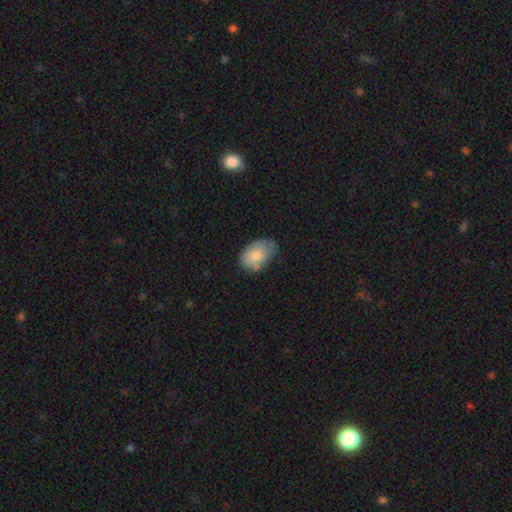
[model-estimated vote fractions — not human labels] A smooth galaxy with no disk features (76%) that is in between round and cigar-shaped (88%).

Vote fractions:
- Smooth or featured? smooth: 76% / featured or disk: 18% / star or artifact: 6%
- How rounded? in between: 88% / round: 11% / cigar-shaped: 1%
- Merging? none: 57% / minor disturbance: 32% / major disturbance: 8% / merger: 4%